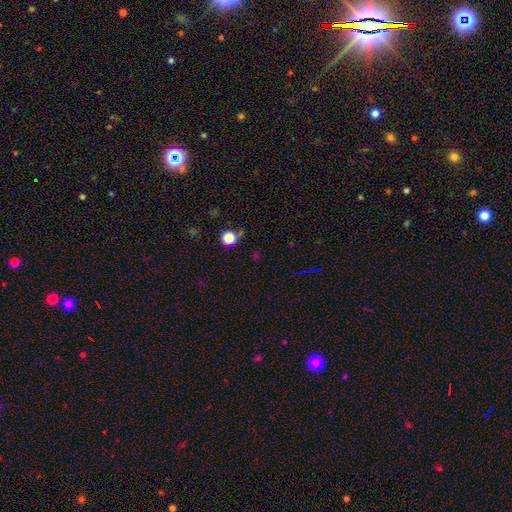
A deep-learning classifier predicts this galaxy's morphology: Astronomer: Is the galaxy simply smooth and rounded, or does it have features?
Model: star or artifact — 49% (runner-up: smooth, 44%).